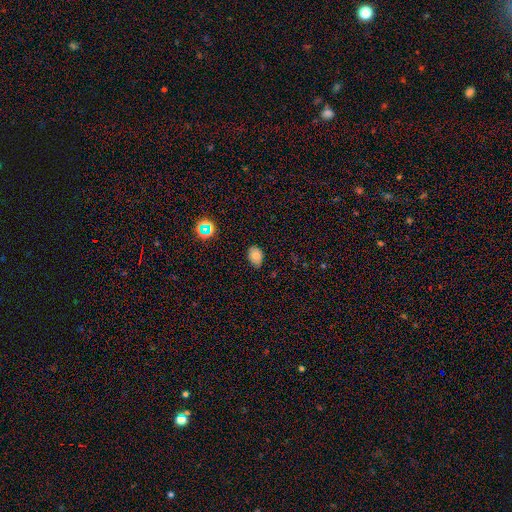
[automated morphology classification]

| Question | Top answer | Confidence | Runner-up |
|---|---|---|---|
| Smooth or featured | smooth | 75% | star or artifact (13%) |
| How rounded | in between | 77% | round (22%) |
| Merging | none | 76% | minor disturbance (20%) |